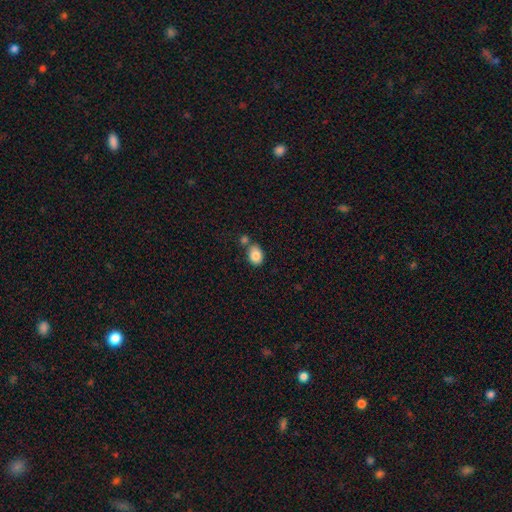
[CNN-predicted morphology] This appears to be a smooth galaxy with no disk features (85%) that is in between round and cigar-shaped (67%). Merging: none (60%).